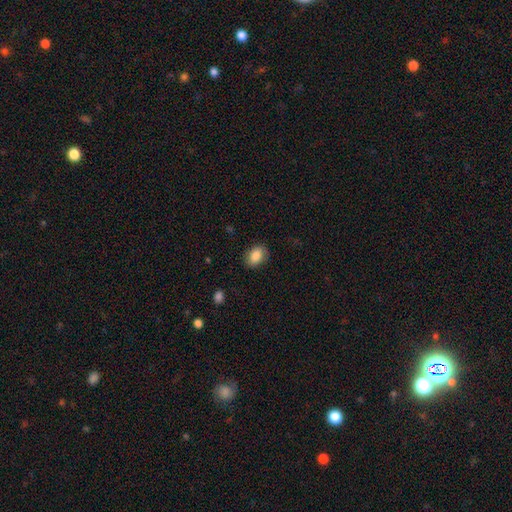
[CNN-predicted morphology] The model was most divided on "how rounded": in between: 79%, round: 19%, cigar-shaped: 1%. More confident: smooth or featured — smooth (85%); merging — none (84%).